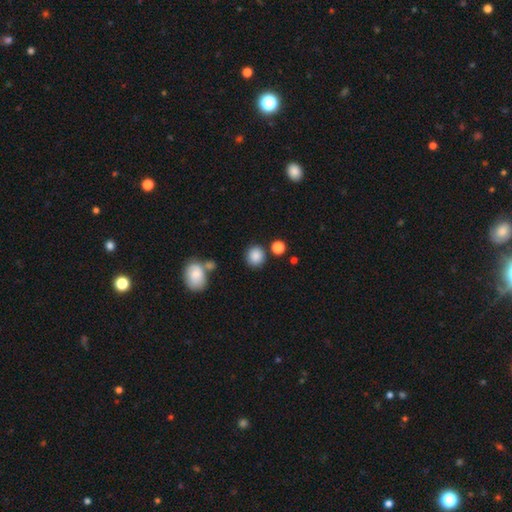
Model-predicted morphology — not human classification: A smooth galaxy with no disk features (87%) that is round (85%).

Vote fractions:
- Smooth or featured? smooth: 87% / star or artifact: 9% / featured or disk: 5%
- How rounded? round: 85% / in between: 14% / cigar-shaped: 1%
- Merging? none: 80% / minor disturbance: 10% / merger: 7% / major disturbance: 3%